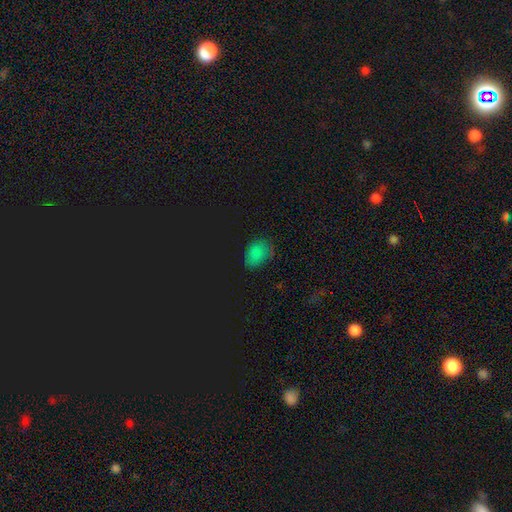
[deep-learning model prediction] smooth 66%, star or artifact 28%, featured or disk 6%. Down the decision tree: how rounded — in between (71%); merging — none (73%).